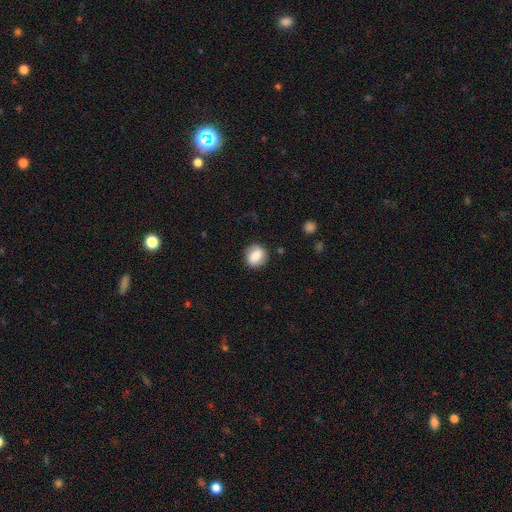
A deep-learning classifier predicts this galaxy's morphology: This is likely a smooth galaxy (80%). How rounded: likely round (74%). Merging: clearly none (85%).